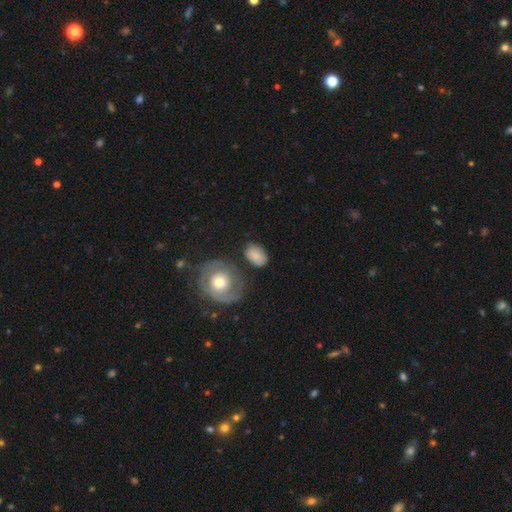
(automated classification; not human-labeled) This is likely a smooth galaxy (74%). How rounded: likely in between (79%). Merging: likely none (65%).